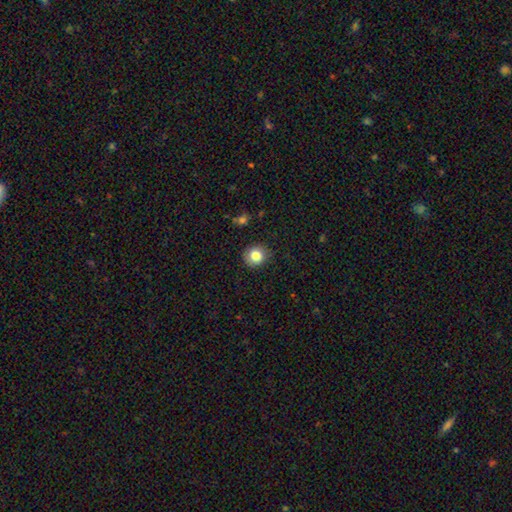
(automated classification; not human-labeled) smooth-or-featured: smooth: 83% | star or artifact: 10% | featured or disk: 7%
  how-rounded: round: 88% | in between: 11% | cigar-shaped: 1%
  merging: none: 88% | minor disturbance: 9% | major disturbance: 2% | merger: 1%